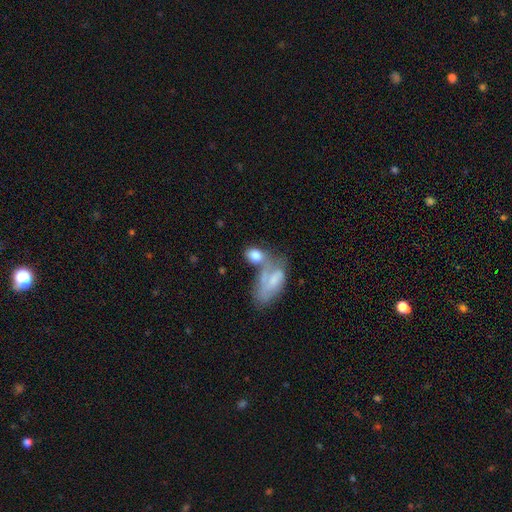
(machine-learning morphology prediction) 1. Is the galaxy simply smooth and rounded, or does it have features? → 73% smooth, 19% featured or disk, 8% star or artifact.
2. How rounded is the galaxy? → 77% in between, 20% round, 3% cigar-shaped.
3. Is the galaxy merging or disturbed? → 51% merger, 24% none, 13% minor disturbance, 12% major disturbance.